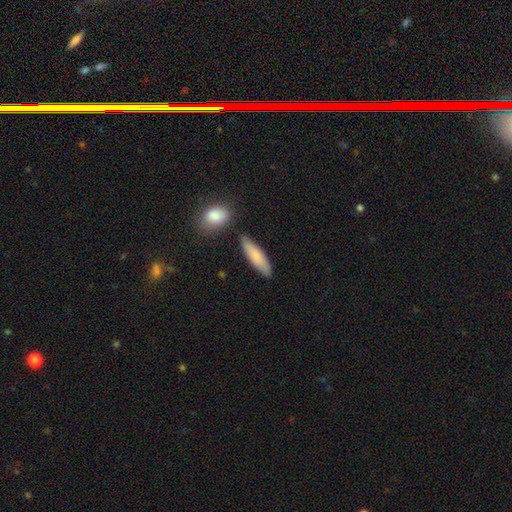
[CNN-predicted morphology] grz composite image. It shows a smooth galaxy with no disk features (81%) that is cigar-shaped (60%). Merging: none (77%).